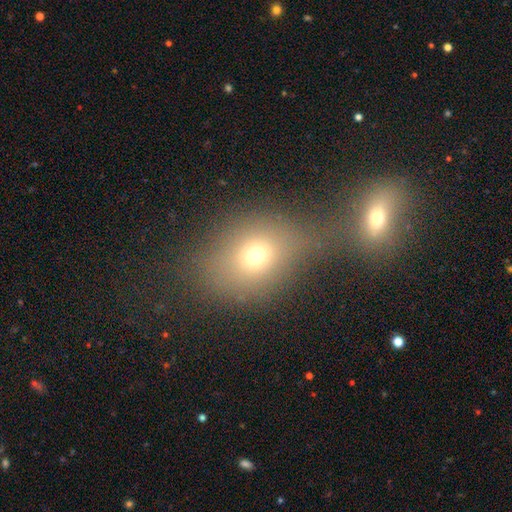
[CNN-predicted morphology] smooth_or_featured: smooth (p=0.68) [alt: star or artifact p=0.16]
how_rounded: round (p=0.50) [alt: in between p=0.48]
merging: none (p=0.41) [alt: merger p=0.34]